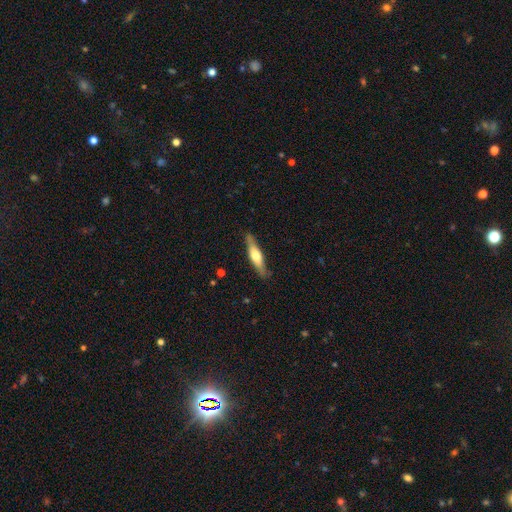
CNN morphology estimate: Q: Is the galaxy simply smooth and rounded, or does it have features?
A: featured or disk — 51%.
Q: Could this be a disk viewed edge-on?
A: yes — 90%.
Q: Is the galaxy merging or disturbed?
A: none — 83%.